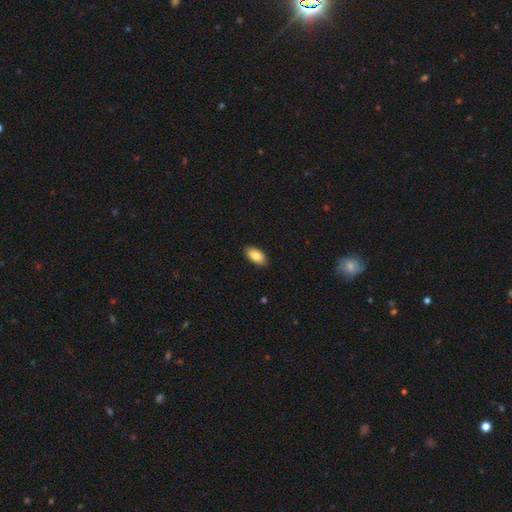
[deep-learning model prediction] The model was most divided on "smooth or featured": smooth: 86%, featured or disk: 8%, star or artifact: 7%. More confident: how rounded — in between (94%); merging — none (89%).